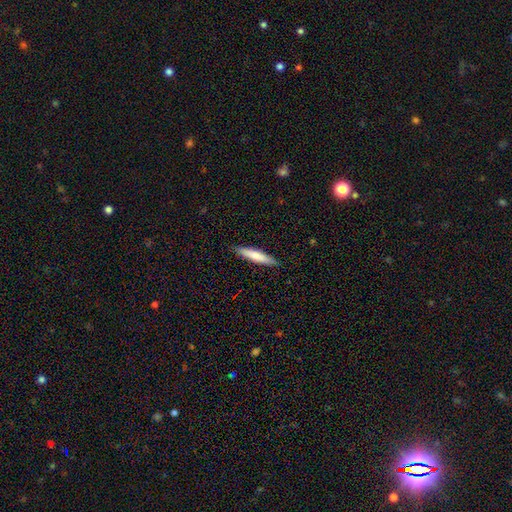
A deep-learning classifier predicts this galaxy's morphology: The model was most divided on "smooth or featured": smooth: 69%, featured or disk: 26%, star or artifact: 5%. More confident: how rounded — cigar-shaped (90%); merging — none (90%).